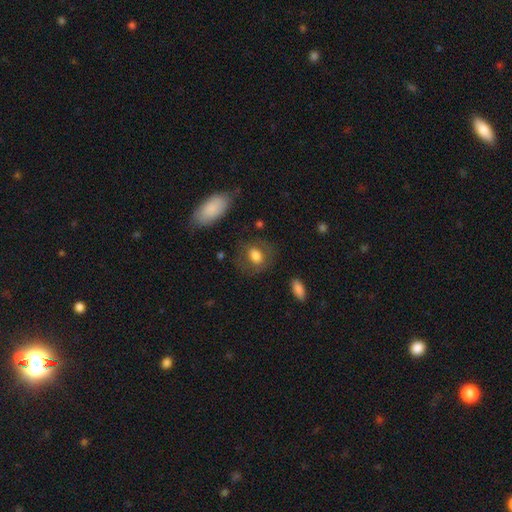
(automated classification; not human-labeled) Smooth or featured?
  - smooth: 71% *
  - featured or disk: 21%
  - star or artifact: 9%
How rounded?
  - in between: 55% *
  - round: 43%
  - cigar-shaped: 2%
Merging?
  - none: 72% *
  - minor disturbance: 16%
  - major disturbance: 10%
  - merger: 2%